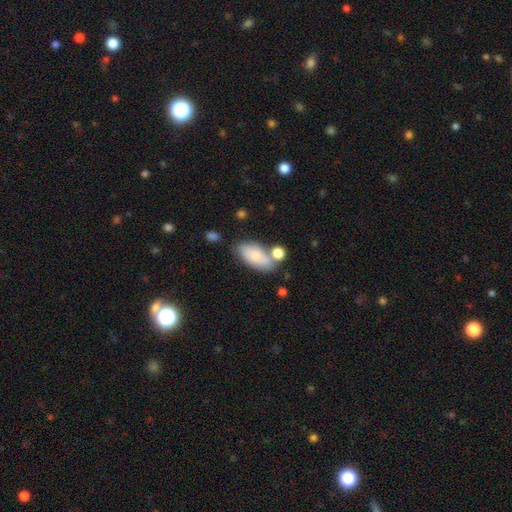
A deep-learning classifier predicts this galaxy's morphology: This appears to be a smooth galaxy with no disk features (77%) that is in between round and cigar-shaped (88%). Merging: none (56%).